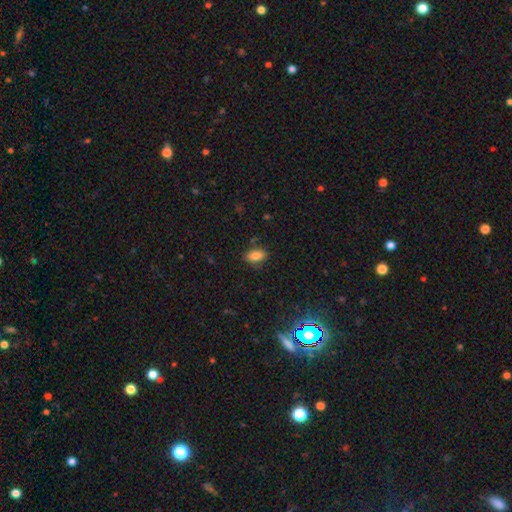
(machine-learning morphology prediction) smooth 83%, star or artifact 10%, featured or disk 7%. Down the decision tree: how rounded — in between (89%); merging — none (79%).